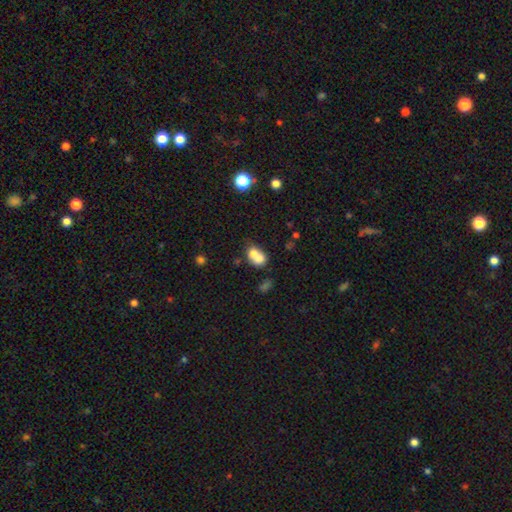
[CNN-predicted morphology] Smooth or featured: smooth — 70% (featured or disk — 20%)
How rounded: round — 50% (in between — 49%)
Merging: merger — 66% (none — 22%)